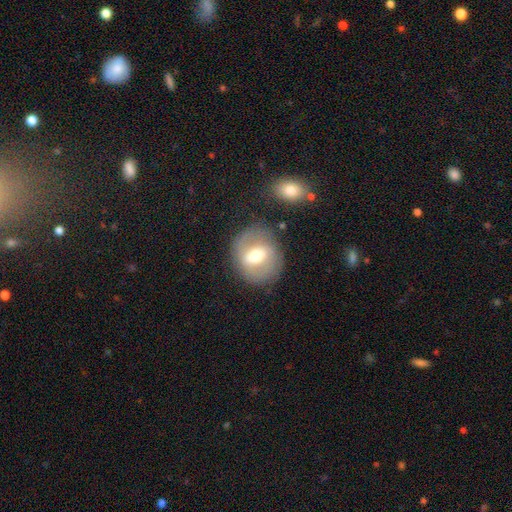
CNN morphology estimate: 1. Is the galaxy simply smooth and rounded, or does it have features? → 51% featured or disk, 41% smooth, 7% star or artifact.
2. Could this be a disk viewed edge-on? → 93% no, 7% yes.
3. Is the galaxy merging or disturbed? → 77% none, 13% minor disturbance, 6% major disturbance, 4% merger.